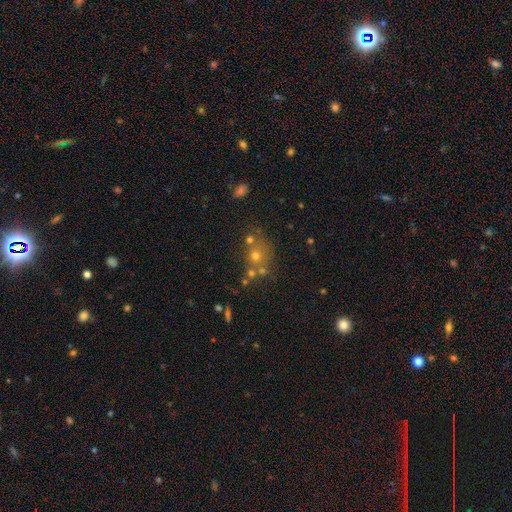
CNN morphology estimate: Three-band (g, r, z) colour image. It shows a smooth galaxy with no disk features (49%). Merging: none (56%).